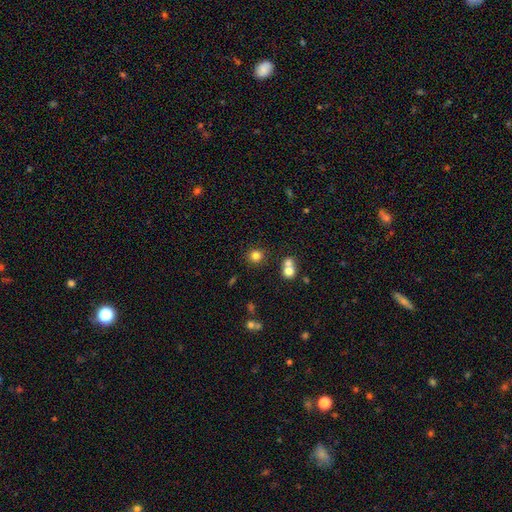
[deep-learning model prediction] A smooth galaxy with no disk features (81%) that is round (90%).

Vote fractions:
- Smooth or featured? smooth: 81% / star or artifact: 13% / featured or disk: 6%
- How rounded? round: 90% / in between: 9% / cigar-shaped: 1%
- Merging? none: 79% / merger: 11% / minor disturbance: 7% / major disturbance: 3%